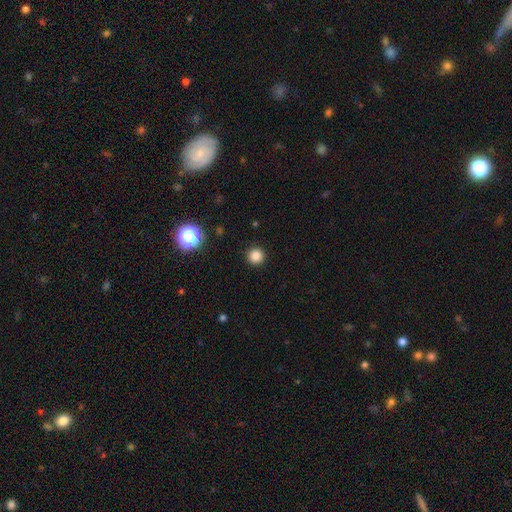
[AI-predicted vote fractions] The model was most divided on "smooth or featured": smooth: 83%, star or artifact: 13%, featured or disk: 4%. More confident: how rounded — round (96%); merging — none (93%).